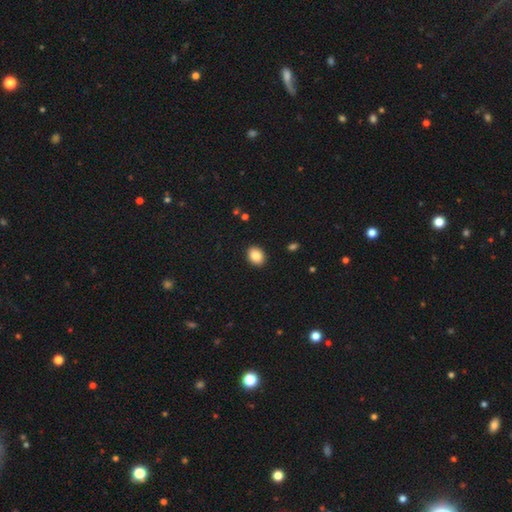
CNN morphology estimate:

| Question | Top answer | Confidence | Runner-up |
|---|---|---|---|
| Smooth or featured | smooth | 87% | star or artifact (8%) |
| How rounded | in between | 61% | round (38%) |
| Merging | none | 91% | minor disturbance (7%) |